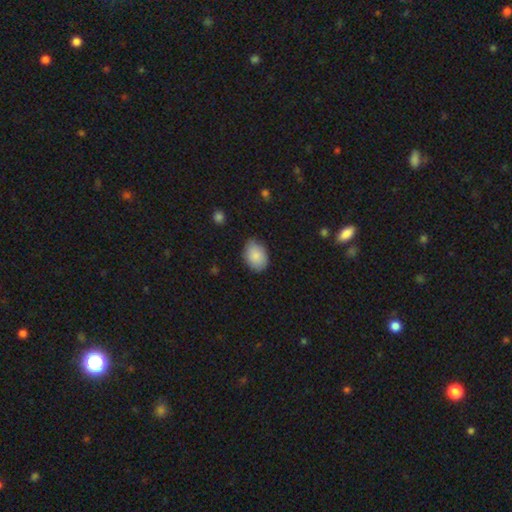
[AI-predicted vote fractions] A smooth galaxy with no disk features (86%) that is in between round and cigar-shaped (75%).

Vote fractions:
- Smooth or featured? smooth: 86% / featured or disk: 7% / star or artifact: 7%
- How rounded? in between: 75% / round: 24% / cigar-shaped: 1%
- Merging? none: 77% / minor disturbance: 19% / major disturbance: 3% / merger: 1%